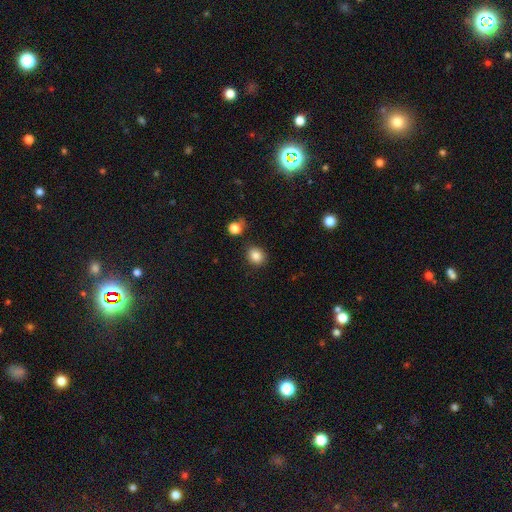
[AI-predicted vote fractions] smooth-or-featured: smooth: 85% | star or artifact: 10% | featured or disk: 5%
  how-rounded: round: 70% | in between: 29% | cigar-shaped: 1%
  merging: none: 85% | minor disturbance: 9% | merger: 3% | major disturbance: 3%